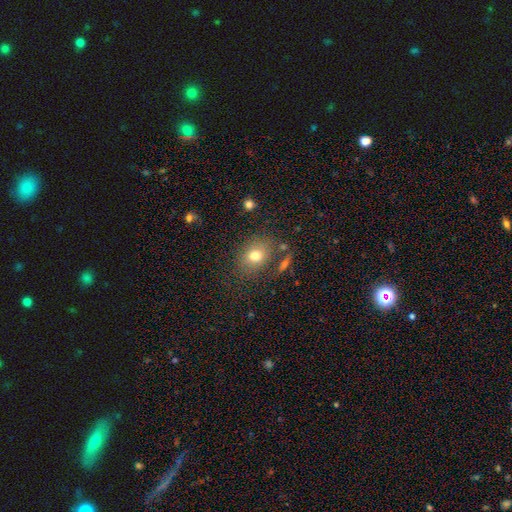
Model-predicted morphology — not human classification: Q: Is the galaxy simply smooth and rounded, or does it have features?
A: smooth — 76%.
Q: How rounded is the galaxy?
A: in between — 56%.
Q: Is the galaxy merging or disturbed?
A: none — 74%.